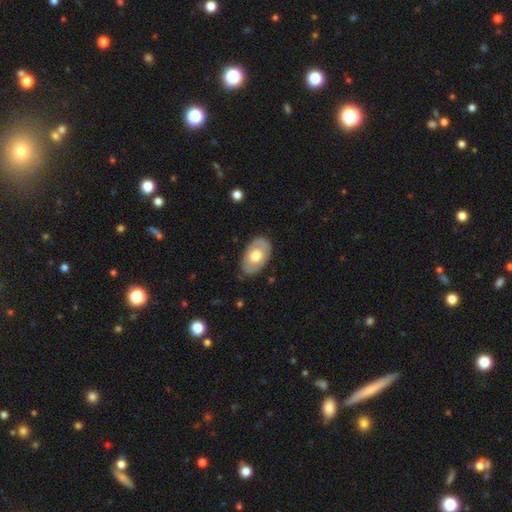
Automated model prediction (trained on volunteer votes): Overall: smooth (58%; featured or disk 37%). How rounded: in between (91%). Merging: none (79%).